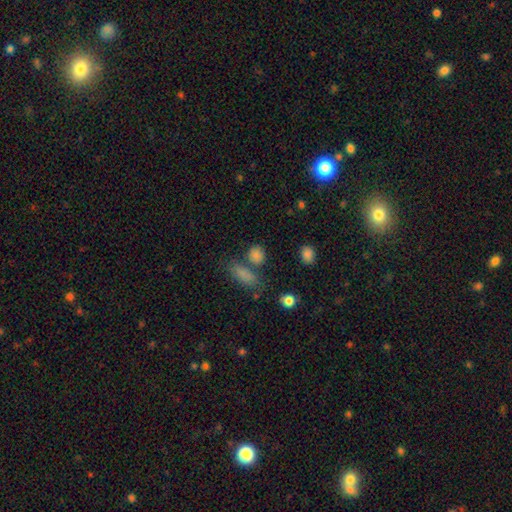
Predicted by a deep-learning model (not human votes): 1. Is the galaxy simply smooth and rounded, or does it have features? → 79% smooth, 13% star or artifact, 7% featured or disk.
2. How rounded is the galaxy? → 51% round, 43% in between, 5% cigar-shaped.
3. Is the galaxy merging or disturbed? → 65% none, 18% merger, 12% minor disturbance, 5% major disturbance.